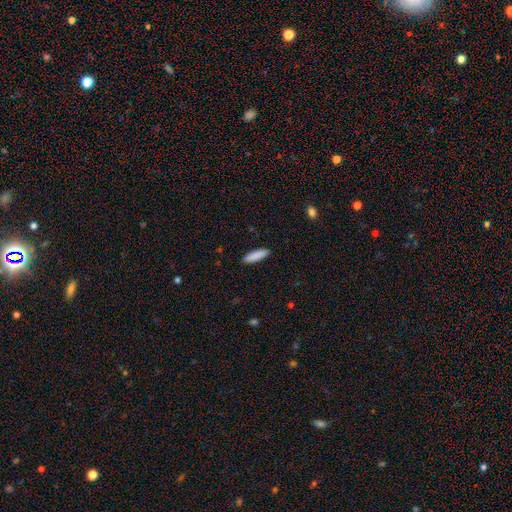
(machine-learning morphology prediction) This appears to be a smooth galaxy with no disk features (89%) that is cigar-shaped (68%). Merging: none (91%).